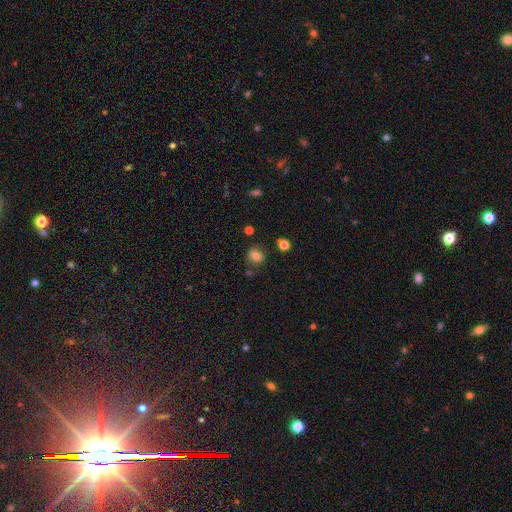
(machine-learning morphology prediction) smooth 77%, star or artifact 14%, featured or disk 9%. Down the decision tree: how rounded — round (61%); merging — none (76%).